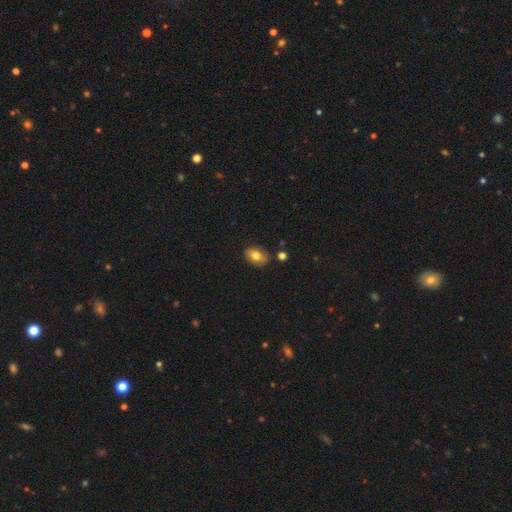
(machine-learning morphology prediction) Smooth or featured?
  - smooth: 78% *
  - featured or disk: 14%
  - star or artifact: 8%
How rounded?
  - in between: 82% *
  - round: 17%
  - cigar-shaped: 1%
Merging?
  - none: 81% *
  - minor disturbance: 12%
  - merger: 4%
  - major disturbance: 2%